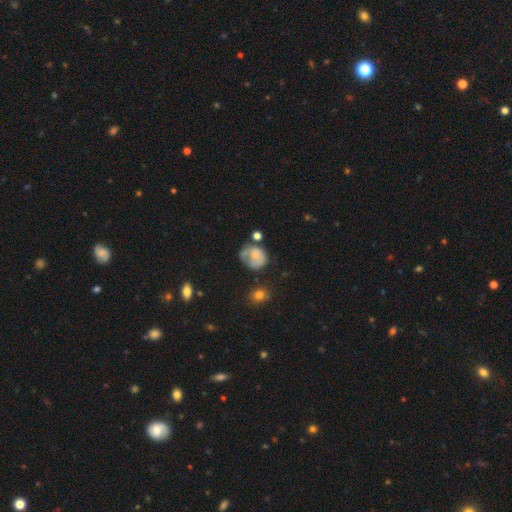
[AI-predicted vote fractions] Morphology: type=smooth (60%); roundness=round (62%); merging=none (33%).